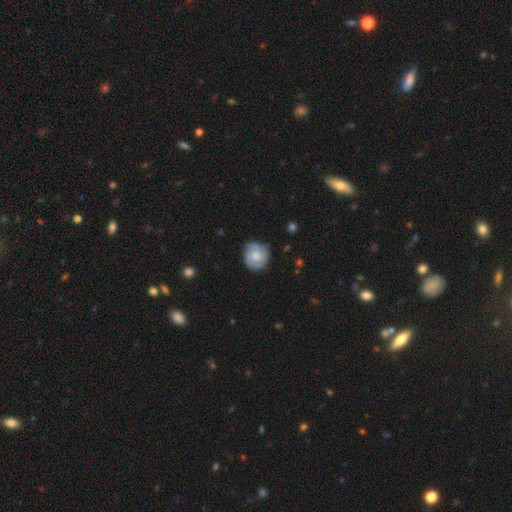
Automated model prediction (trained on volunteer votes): smooth-or-featured: smooth: 62% | featured or disk: 32% | star or artifact: 7%
  how-rounded: round: 86% | in between: 13% | cigar-shaped: 1%
  merging: none: 69% | minor disturbance: 24% | major disturbance: 6% | merger: 2%